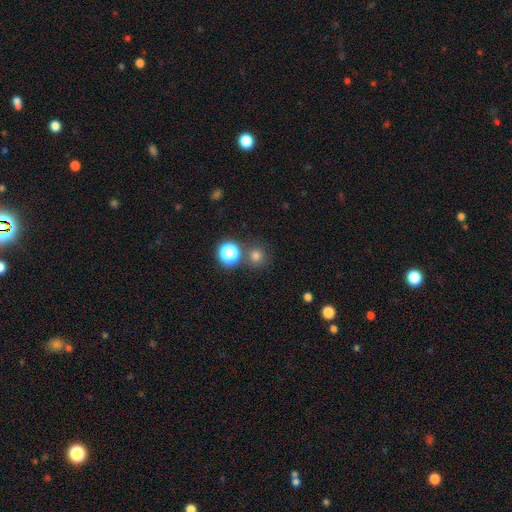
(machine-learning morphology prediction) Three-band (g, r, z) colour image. It shows a smooth galaxy with no disk features (73%) that is round (92%). Merging: none (78%).